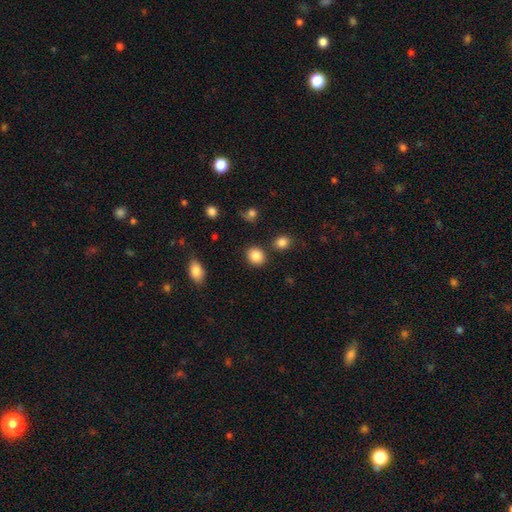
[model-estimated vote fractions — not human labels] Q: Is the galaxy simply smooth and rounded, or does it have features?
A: smooth — 86%.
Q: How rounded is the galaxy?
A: round — 70%.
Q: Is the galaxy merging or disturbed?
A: none — 84%.